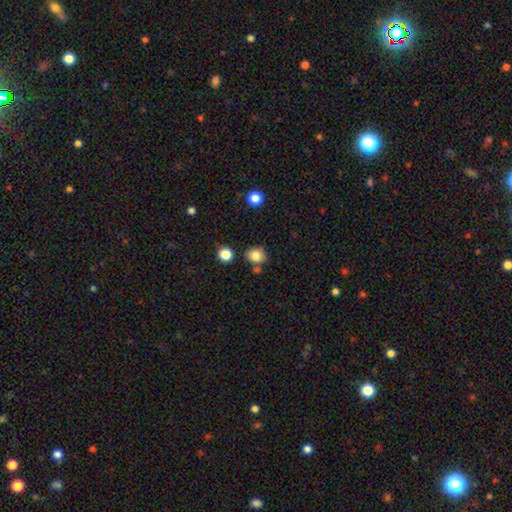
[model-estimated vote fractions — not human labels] A smooth galaxy with no disk features (82%) that is round (73%).

Vote fractions:
- Smooth or featured? smooth: 82% / star or artifact: 11% / featured or disk: 6%
- How rounded? round: 73% / in between: 26% / cigar-shaped: 1%
- Merging? none: 76% / minor disturbance: 12% / merger: 9% / major disturbance: 3%